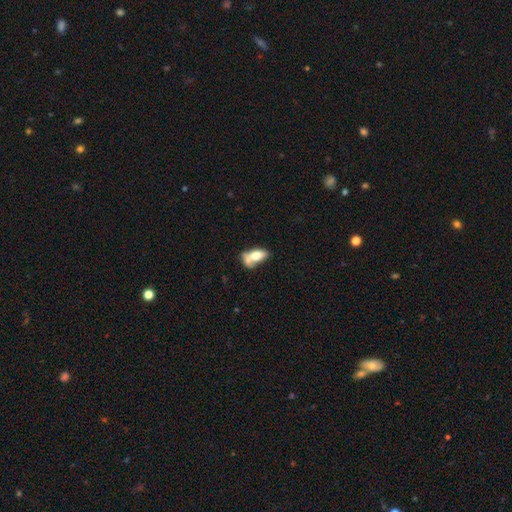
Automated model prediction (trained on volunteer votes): This is likely a smooth galaxy (65%). How rounded: clearly in between (85%). Merging: possibly merger (45%).